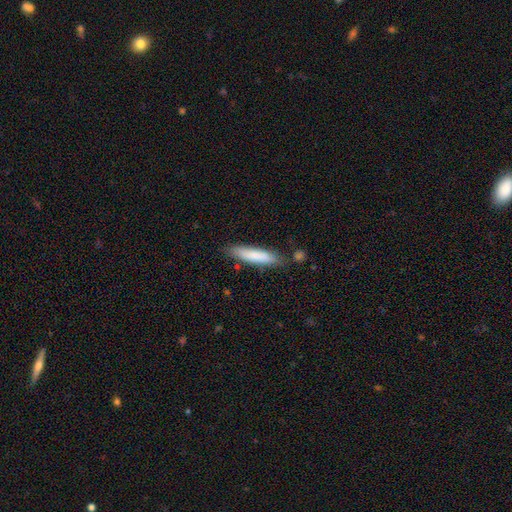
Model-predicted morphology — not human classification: Q: Smooth or featured?
A: smooth (80%); runner-up: featured or disk (14%)
Q: How rounded?
A: cigar-shaped (85%); runner-up: in between (14%)
Q: Merging?
A: none (80%); runner-up: minor disturbance (14%)